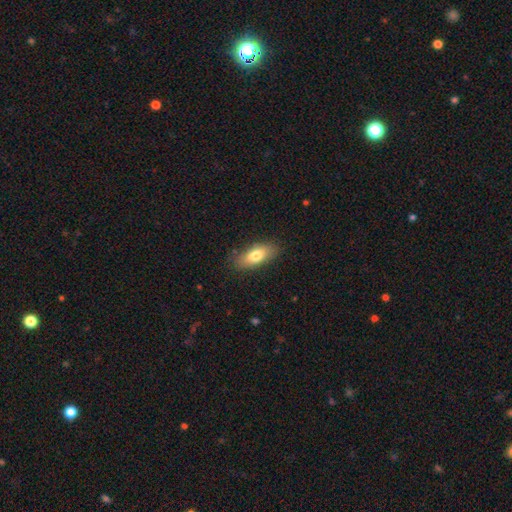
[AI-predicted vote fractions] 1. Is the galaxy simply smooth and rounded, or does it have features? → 76% smooth, 17% featured or disk, 7% star or artifact.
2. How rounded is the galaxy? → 79% in between, 18% cigar-shaped, 3% round.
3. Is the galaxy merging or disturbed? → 84% none, 12% minor disturbance, 3% major disturbance, 1% merger.